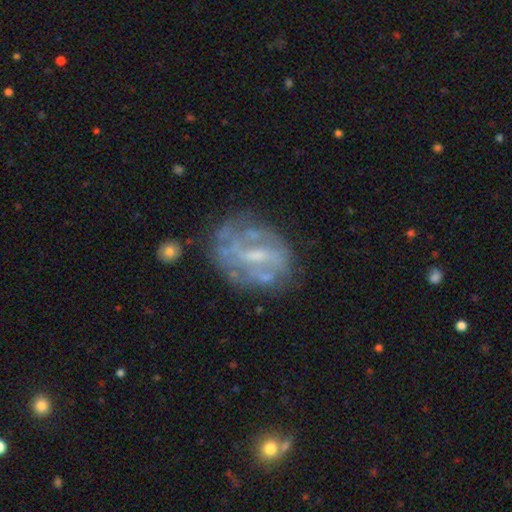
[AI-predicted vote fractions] Smooth or featured? Predicted: featured or disk (p=0.75). Edge-on disk? Predicted: no (p=0.97). Bar? Predicted: weak (p=0.50). Spiral arms? Predicted: yes (p=0.55). Bulge size? Predicted: small (p=0.43). Merging? Predicted: none (p=0.56).